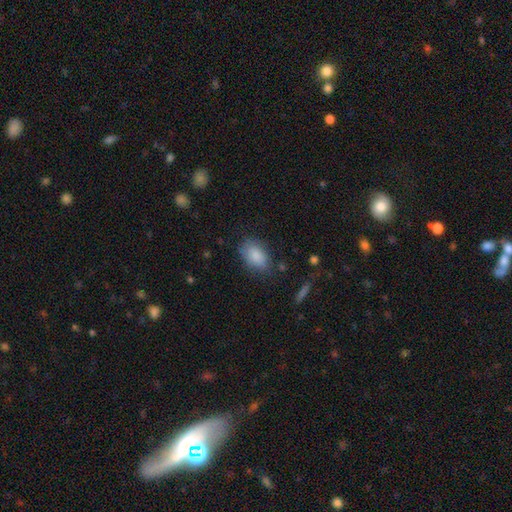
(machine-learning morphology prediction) smooth-or-featured: smooth: 86% | featured or disk: 7% | star or artifact: 7%
  how-rounded: in between: 89% | round: 10% | cigar-shaped: 2%
  merging: none: 73% | minor disturbance: 19% | major disturbance: 6% | merger: 2%